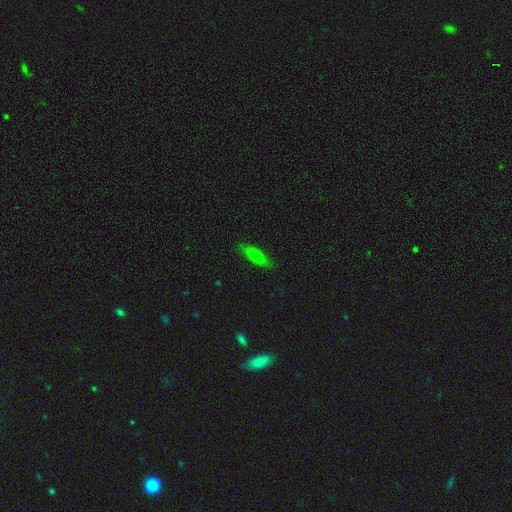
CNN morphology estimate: type=smooth (67%); roundness=cigar-shaped (55%); merging=none (84%).